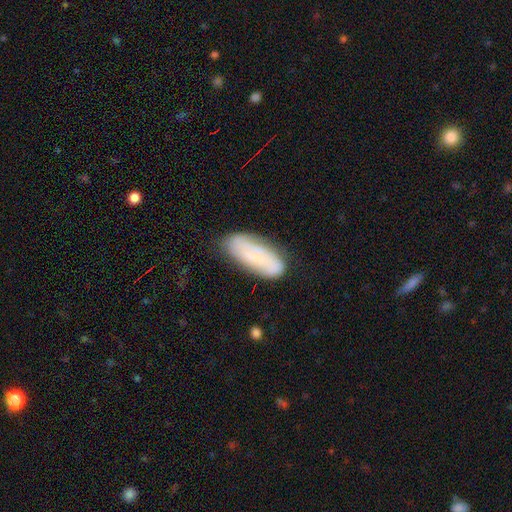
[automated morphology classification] smooth 54%, featured or disk 37%, star or artifact 8%. Down the decision tree: how rounded — in between (71%); merging — none (77%).